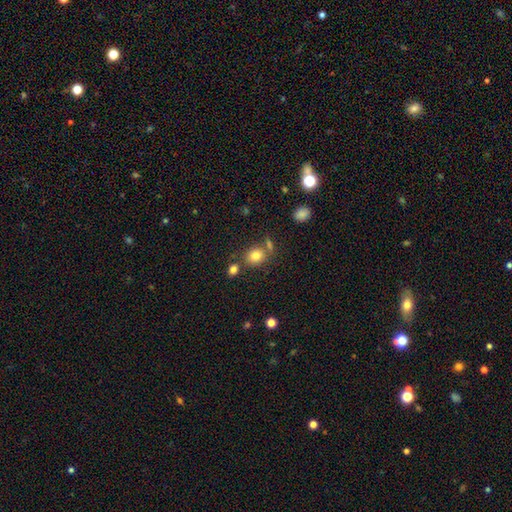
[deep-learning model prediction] Q: Smooth or featured?
A: smooth (80%); runner-up: star or artifact (12%)
Q: How rounded?
A: round (62%); runner-up: in between (37%)
Q: Merging?
A: none (68%); runner-up: merger (16%)